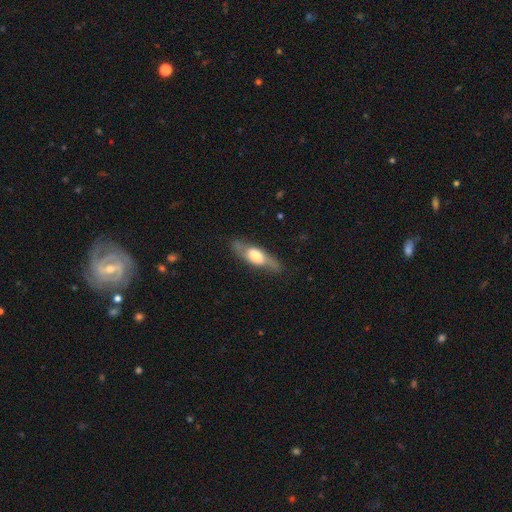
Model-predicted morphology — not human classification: Smooth or featured?
  - featured or disk: 53% *
  - smooth: 41%
  - star or artifact: 6%
Edge-on disk?
  - yes: 50% * (tied)
  - no: 50% * (tied)
Merging?
  - none: 77% *
  - minor disturbance: 16%
  - major disturbance: 5%
  - merger: 1%